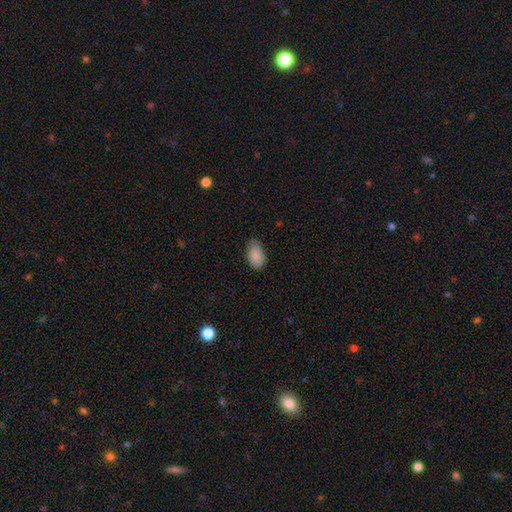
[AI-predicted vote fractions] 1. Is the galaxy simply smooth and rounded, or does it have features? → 88% smooth, 7% star or artifact, 5% featured or disk.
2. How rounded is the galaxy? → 93% in between, 5% round, 2% cigar-shaped.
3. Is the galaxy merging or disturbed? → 69% none, 26% minor disturbance, 4% major disturbance, 1% merger.